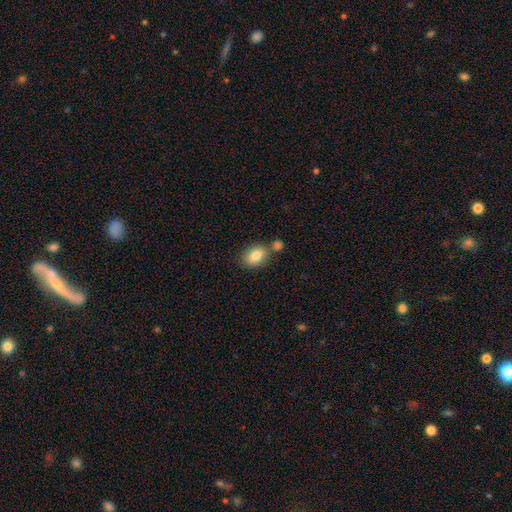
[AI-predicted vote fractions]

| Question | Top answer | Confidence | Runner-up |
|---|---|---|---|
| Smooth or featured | smooth | 82% | featured or disk (9%) |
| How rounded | in between | 75% | round (24%) |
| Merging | none | 62% | merger (22%) |